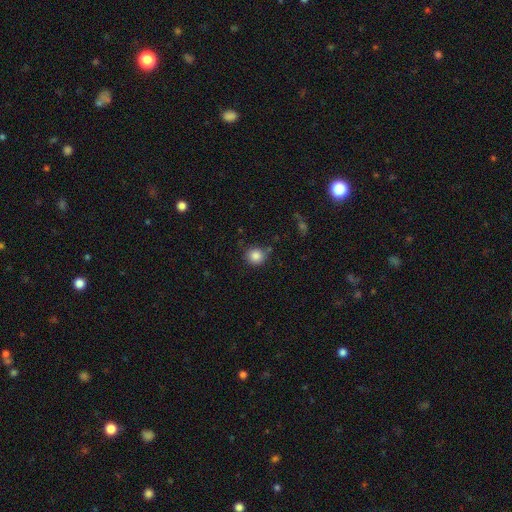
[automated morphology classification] type=smooth (85%); roundness=round (90%); merging=none (78%).